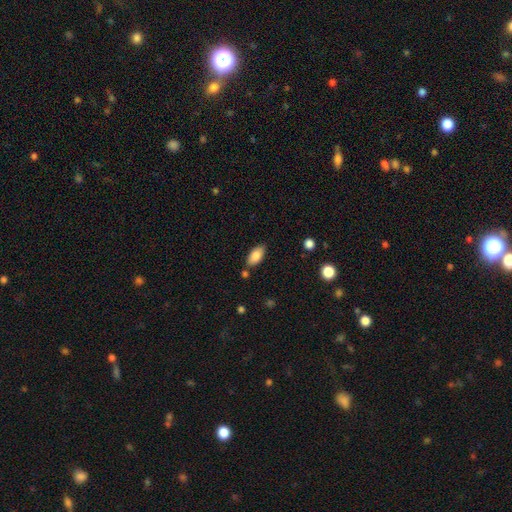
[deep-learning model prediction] A smooth galaxy with no disk features (84%) that is in between round and cigar-shaped (91%).

Vote fractions:
- Smooth or featured? smooth: 84% / featured or disk: 9% / star or artifact: 7%
- How rounded? in between: 91% / cigar-shaped: 6% / round: 2%
- Merging? none: 79% / minor disturbance: 13% / merger: 5% / major disturbance: 3%